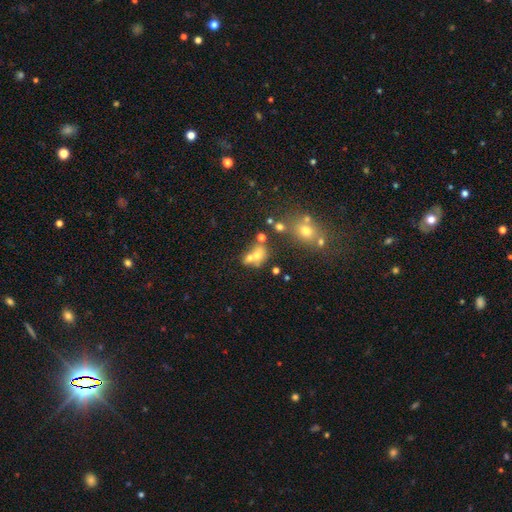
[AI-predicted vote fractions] This appears to be a smooth galaxy with no disk features (61%) that is in between round and cigar-shaped (50%). Merging: merger (50%).